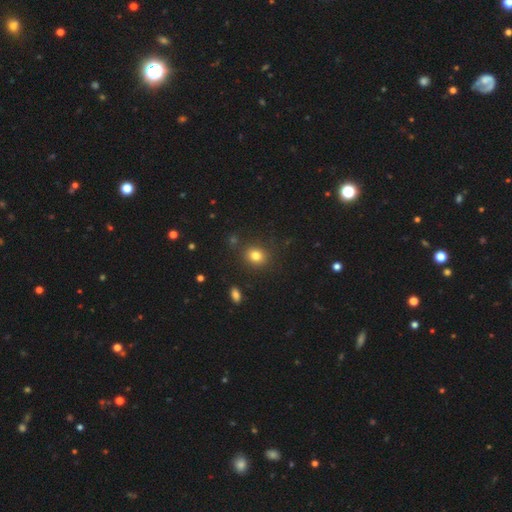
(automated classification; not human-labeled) Morphology: type=smooth (80%); roundness=round (69%); merging=none (84%).